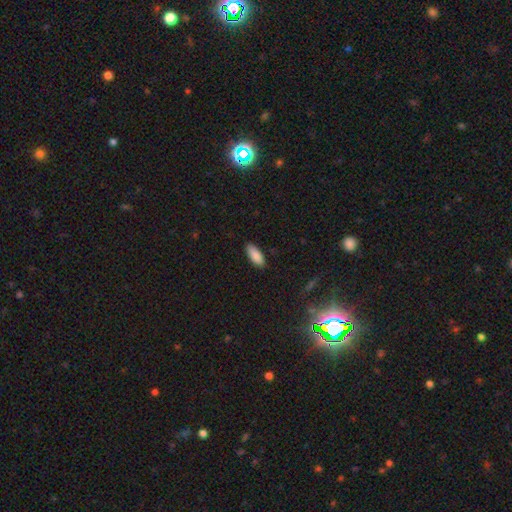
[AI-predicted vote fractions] smooth-or-featured: smooth: 87% | star or artifact: 7% | featured or disk: 6%
  how-rounded: in between: 82% | cigar-shaped: 16% | round: 2%
  merging: none: 88% | minor disturbance: 9% | major disturbance: 2% | merger: 1%